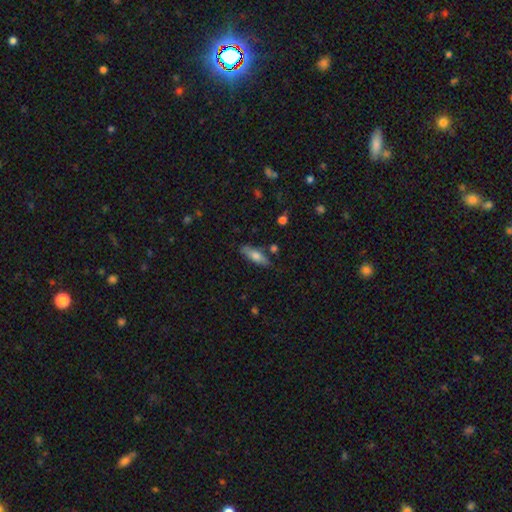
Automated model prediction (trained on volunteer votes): Q: Smooth or featured?
A: smooth (69%); runner-up: featured or disk (25%)
Q: How rounded?
A: in between (54%); runner-up: cigar-shaped (43%)
Q: Merging?
A: none (75%); runner-up: minor disturbance (17%)